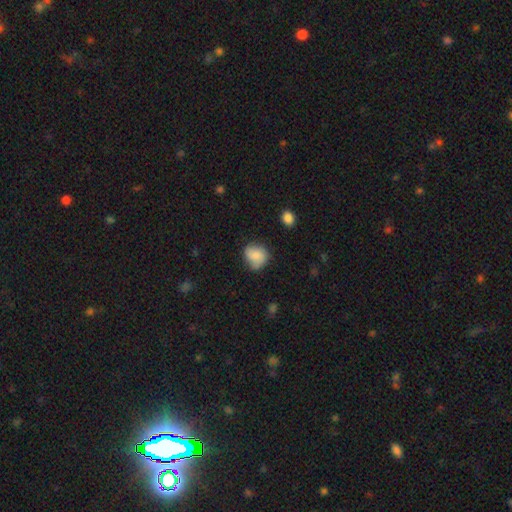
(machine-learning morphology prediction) This is likely a smooth galaxy (74%). How rounded: likely round (74%). Merging: likely none (64%).